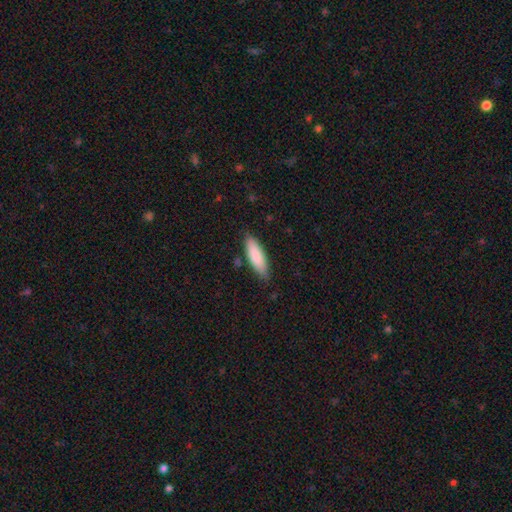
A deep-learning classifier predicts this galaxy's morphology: Overall: smooth (86%). How rounded: in between (51%; cigar-shaped 47%). Merging: none (81%).